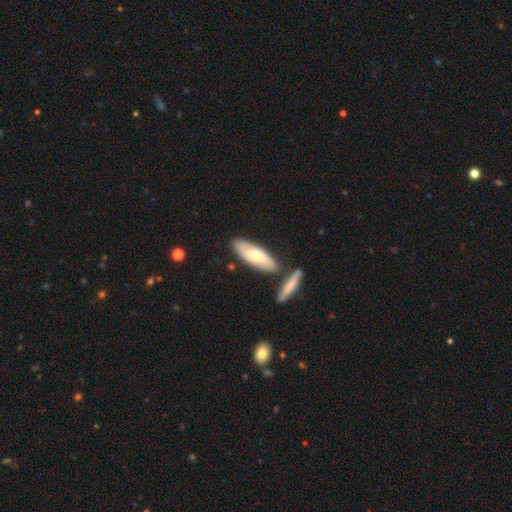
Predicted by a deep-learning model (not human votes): smooth 54%, featured or disk 41%, star or artifact 5%. Down the decision tree: how rounded — in between (66%); merging — none (70%).